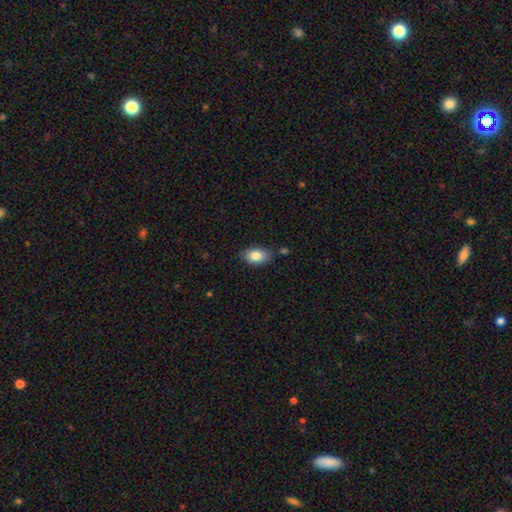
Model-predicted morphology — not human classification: Smooth or featured? Predicted: smooth (p=0.83). How rounded? Predicted: in between (p=0.88). Merging? Predicted: none (p=0.81).